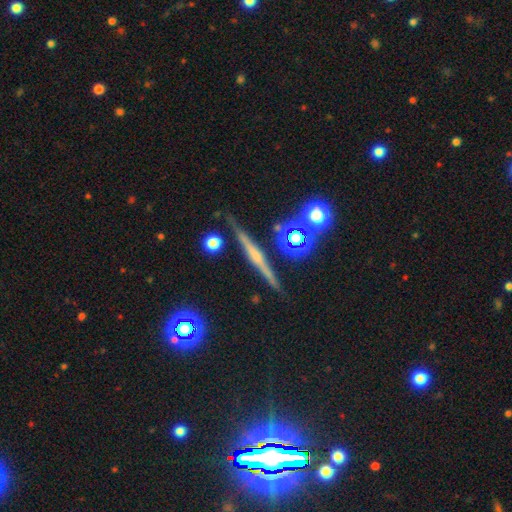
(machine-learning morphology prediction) Smooth or featured: featured or disk — 71% (smooth — 17%)
Edge-on disk: yes — 97% (no — 3%)
Edge-on bulge: rounded — 56% (none — 29%)
Merging: none — 88% (minor disturbance — 8%)